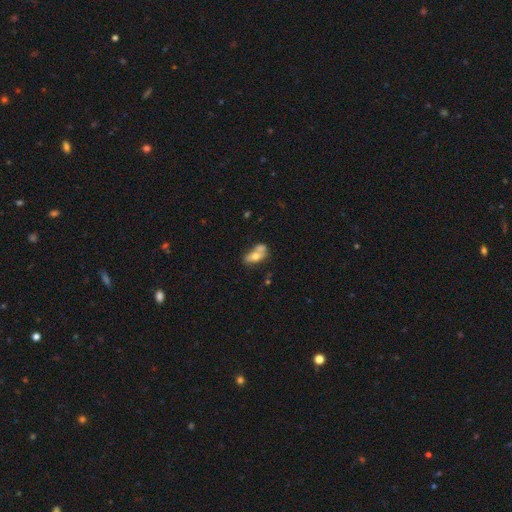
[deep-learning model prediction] Smooth or featured: smooth — 59% (featured or disk — 32%)
How rounded: in between — 83% (cigar-shaped — 9%)
Merging: merger — 44% (none — 32%)